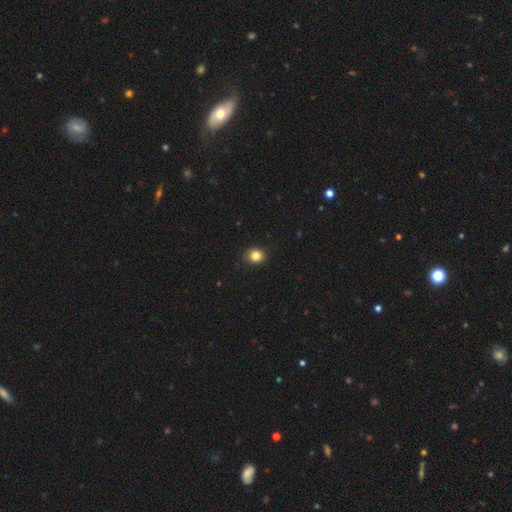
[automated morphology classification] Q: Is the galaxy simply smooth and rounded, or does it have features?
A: smooth — 84%.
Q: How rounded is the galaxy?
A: round — 70%.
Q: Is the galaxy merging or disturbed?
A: none — 89%.